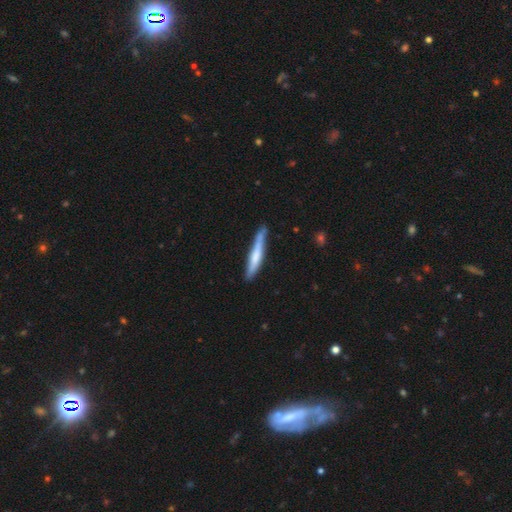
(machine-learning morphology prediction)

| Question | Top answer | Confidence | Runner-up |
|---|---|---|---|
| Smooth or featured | smooth | 55% | featured or disk (40%) |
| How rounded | cigar-shaped | 94% | in between (4%) |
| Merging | none | 76% | minor disturbance (18%) |